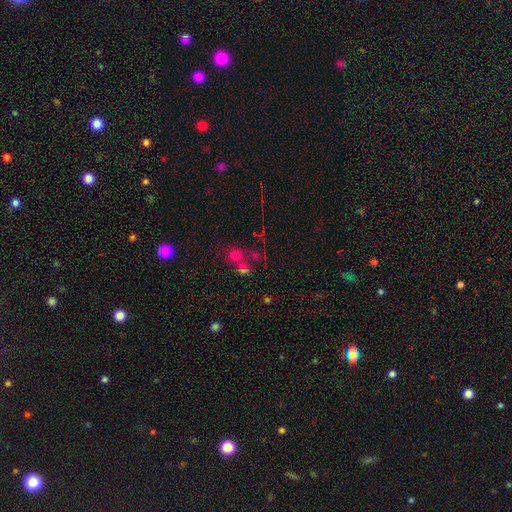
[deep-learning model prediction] Morphology: type=smooth (50%); roundness=round (70%); merging=merger (50%).